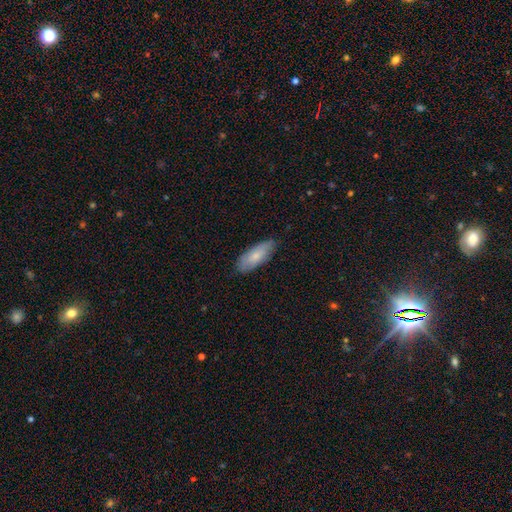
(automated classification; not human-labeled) Smooth or featured? smooth (76%)
How rounded? in between (75%)
Merging? none (82%)